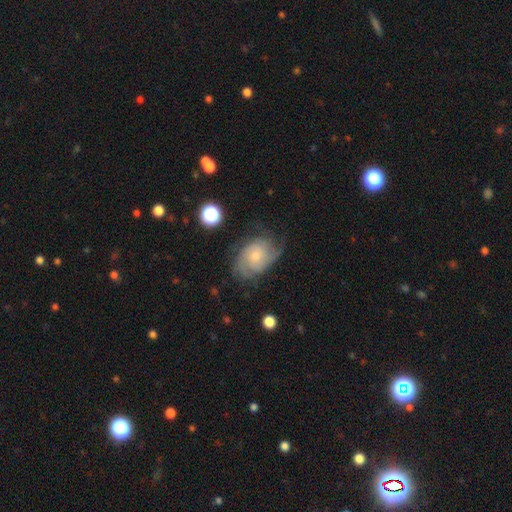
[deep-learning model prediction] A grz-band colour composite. It shows a featured or disk galaxy (71%) with no bar (73%), tight (51%) spiral arms (91%) and a small central bulge (50%). Merging: none (59%).